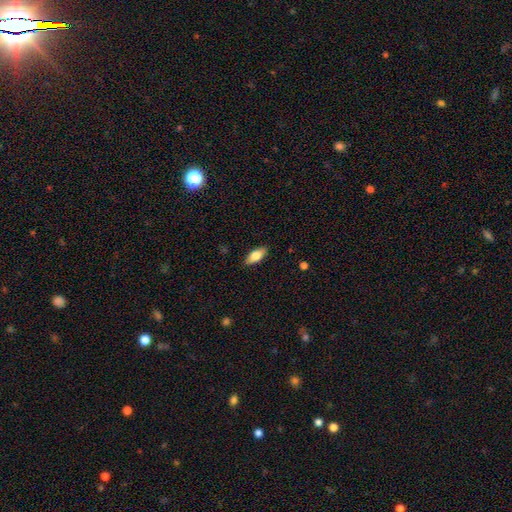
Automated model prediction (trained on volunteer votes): smooth_or_featured: smooth (p=0.76) [alt: featured or disk p=0.17]
how_rounded: in between (p=0.84) [alt: cigar-shaped p=0.14]
merging: none (p=0.87) [alt: minor disturbance p=0.10]